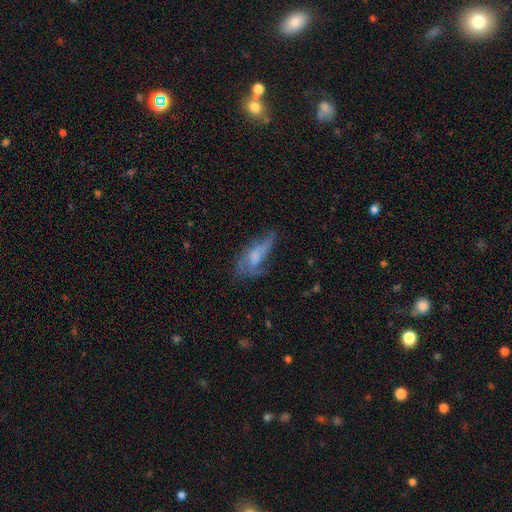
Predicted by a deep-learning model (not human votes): Morphology: type=featured or disk (50%); merging=major disturbance (37%).